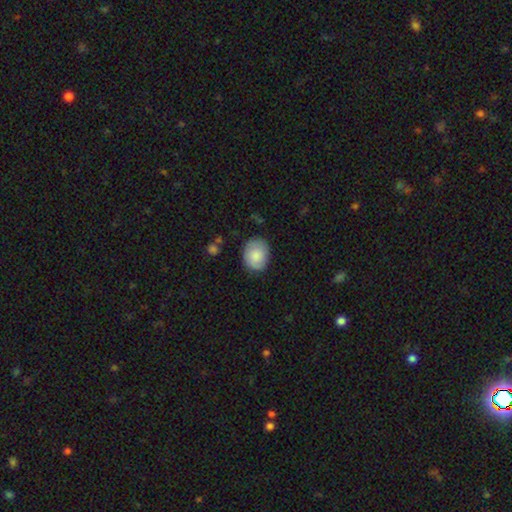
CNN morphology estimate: Overall: smooth (83%). How rounded: round (52%; in between 47%). Merging: none (79%).